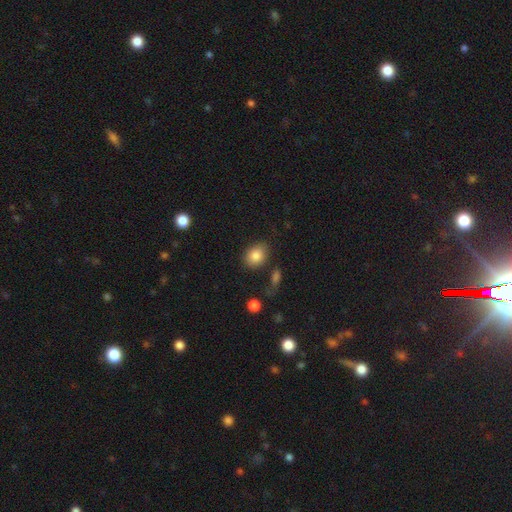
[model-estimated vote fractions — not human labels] A smooth galaxy with no disk features (84%) that is in between round and cigar-shaped (58%).

Vote fractions:
- Smooth or featured? smooth: 84% / star or artifact: 9% / featured or disk: 7%
- How rounded? in between: 58% / round: 41% / cigar-shaped: 1%
- Merging? none: 78% / minor disturbance: 14% / major disturbance: 4% / merger: 4%